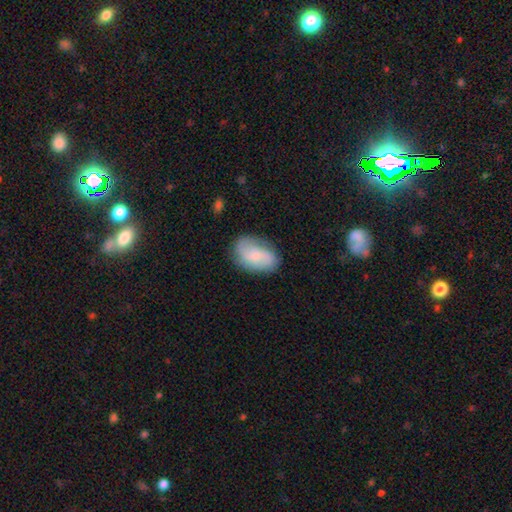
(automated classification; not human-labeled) Smooth or featured? featured or disk (51%)
Edge-on disk? no (96%)
Merging? none (73%)